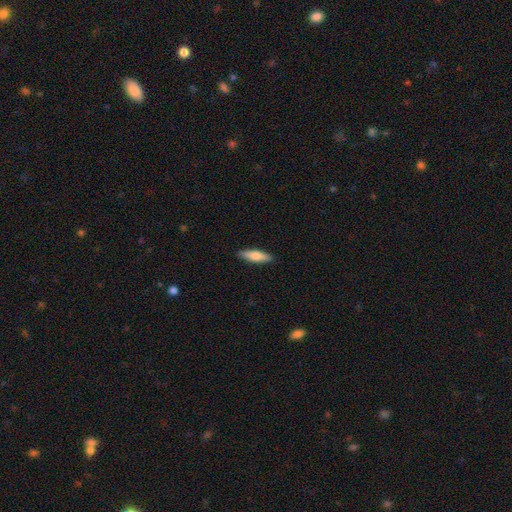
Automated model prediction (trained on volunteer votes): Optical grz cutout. It shows a smooth galaxy with no disk features (66%) that is cigar-shaped (65%). Merging: none (88%).